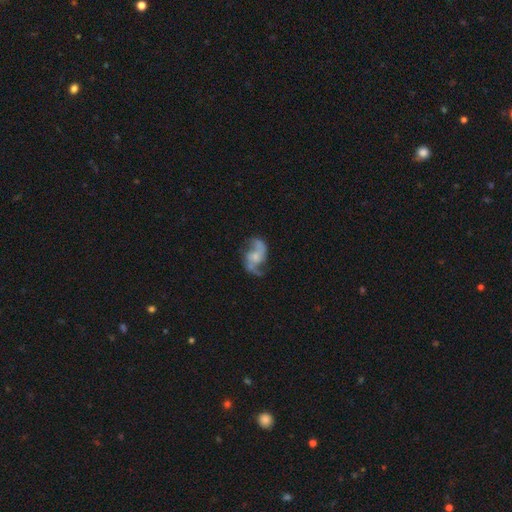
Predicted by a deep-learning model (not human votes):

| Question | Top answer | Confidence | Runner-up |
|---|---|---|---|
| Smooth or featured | featured or disk | 84% | smooth (10%) |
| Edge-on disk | no | 97% | yes (3%) |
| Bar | no | 58% | weak (33%) |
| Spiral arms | yes | 94% | no (6%) |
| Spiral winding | loose | 60% | medium (33%) |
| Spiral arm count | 2 | 91% | can't tell (3%) |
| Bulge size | small | 46% | moderate (32%) |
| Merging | none | 65% | minor disturbance (19%) |